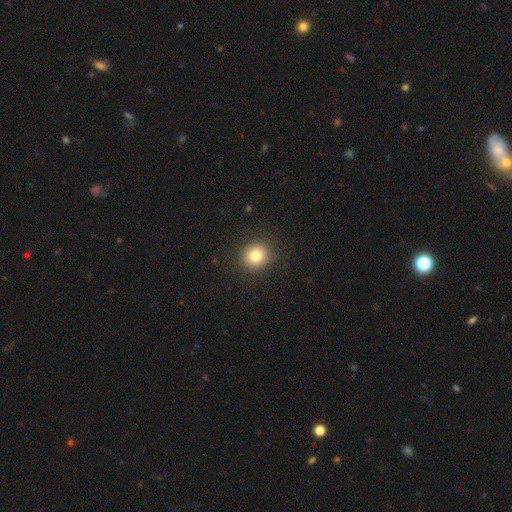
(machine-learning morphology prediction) Overall: smooth (81%). How rounded: round (87%). Merging: none (90%).